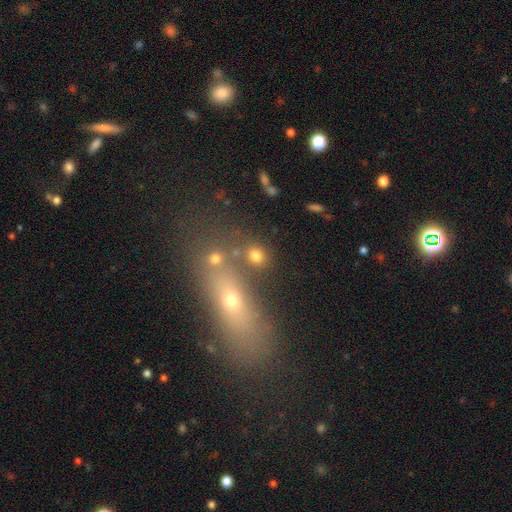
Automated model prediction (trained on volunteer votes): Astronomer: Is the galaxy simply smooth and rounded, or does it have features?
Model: smooth — 76%.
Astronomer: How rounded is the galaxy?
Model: round — 68%.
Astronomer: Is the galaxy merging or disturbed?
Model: none — 72%.